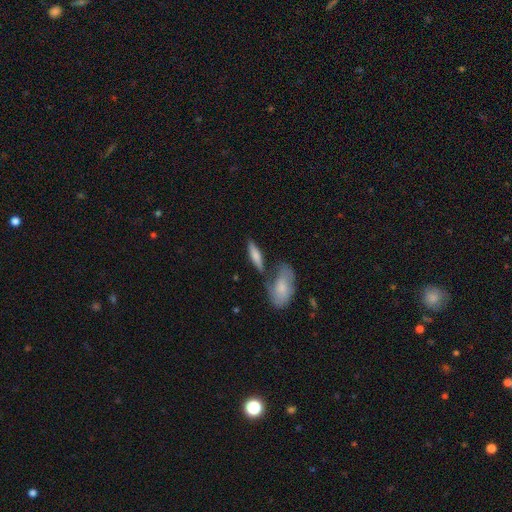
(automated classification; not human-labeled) smooth 68%, featured or disk 26%, star or artifact 6%. Down the decision tree: how rounded — cigar-shaped (54%); merging — none (55%).